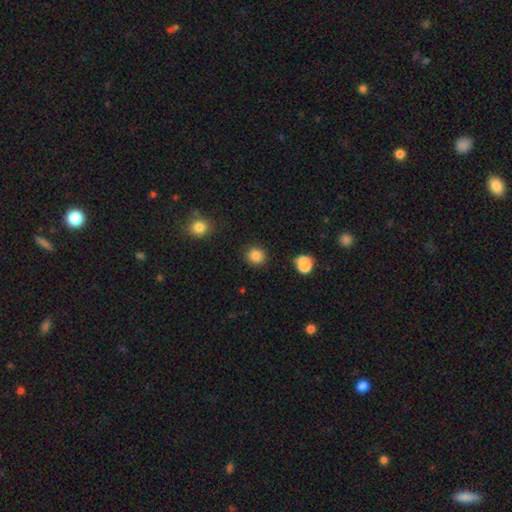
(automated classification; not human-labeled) Overall: smooth (86%). How rounded: round (86%). Merging: none (88%).